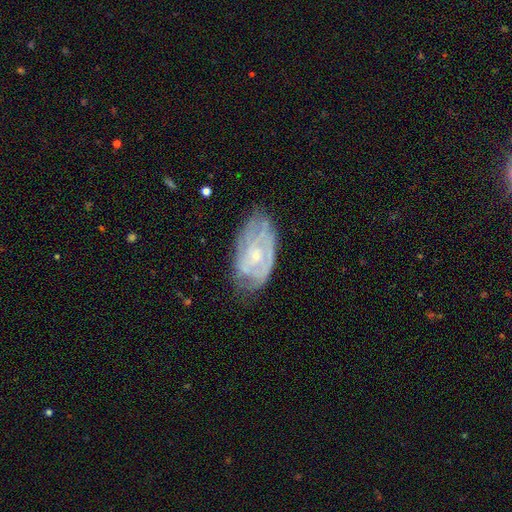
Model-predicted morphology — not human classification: Smooth or featured: featured or disk — 76% (smooth — 17%)
Edge-on disk: no — 95% (yes — 5%)
Bar: no — 74% (weak — 22%)
Spiral arms: yes — 81% (no — 19%)
Spiral winding: tight — 64% (medium — 28%)
Spiral arm count: can't tell — 50% (2 — 25%)
Bulge size: small — 66% (moderate — 30%)
Merging: none — 64% (minor disturbance — 26%)